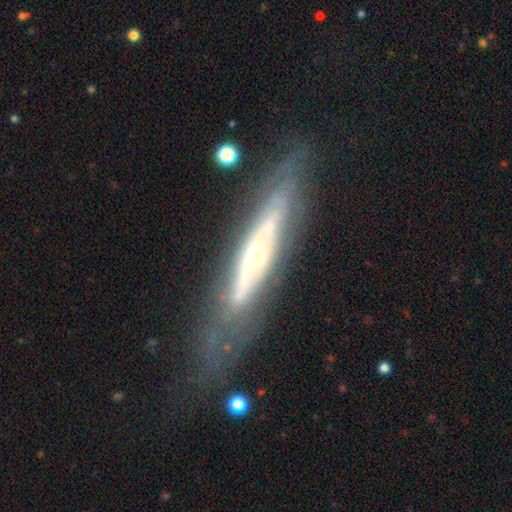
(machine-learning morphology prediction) Q: Smooth or featured?
A: featured or disk (79%); runner-up: smooth (16%)
Q: Edge-on disk?
A: no (54%); runner-up: yes (46%)
Q: Merging?
A: none (65%); runner-up: minor disturbance (19%)